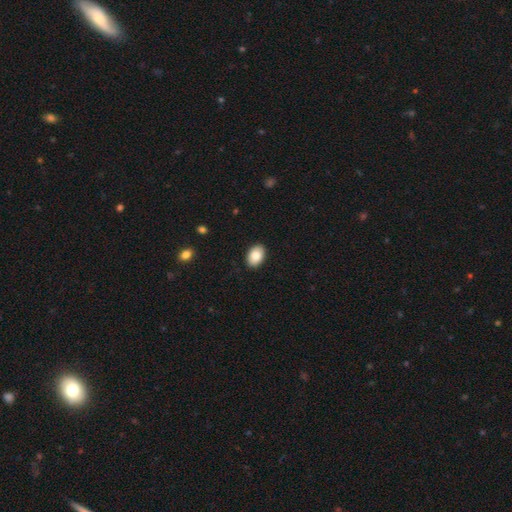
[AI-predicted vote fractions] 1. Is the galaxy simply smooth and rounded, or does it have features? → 87% smooth, 7% star or artifact, 6% featured or disk.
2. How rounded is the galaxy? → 88% in between, 11% round, 1% cigar-shaped.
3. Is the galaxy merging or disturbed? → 90% none, 8% minor disturbance, 2% major disturbance, 1% merger.